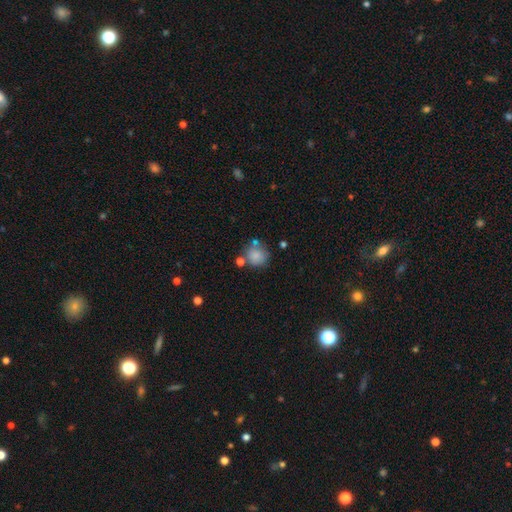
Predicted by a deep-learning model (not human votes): A smooth galaxy with no disk features (83%) that is round (88%).

Vote fractions:
- Smooth or featured? smooth: 83% / star or artifact: 10% / featured or disk: 8%
- How rounded? round: 88% / in between: 11% / cigar-shaped: 1%
- Merging? none: 63% / minor disturbance: 16% / merger: 15% / major disturbance: 6%